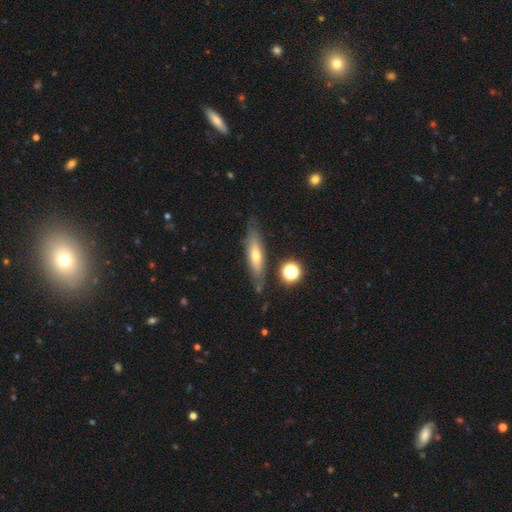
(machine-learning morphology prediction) A smooth galaxy with no disk features (50%) that is cigar-shaped (70%).

Vote fractions:
- Smooth or featured? smooth: 50% / featured or disk: 41% / star or artifact: 9%
- How rounded? cigar-shaped: 70% / in between: 27% / round: 3%
- Merging? none: 77% / minor disturbance: 15% / major disturbance: 4% / merger: 4%